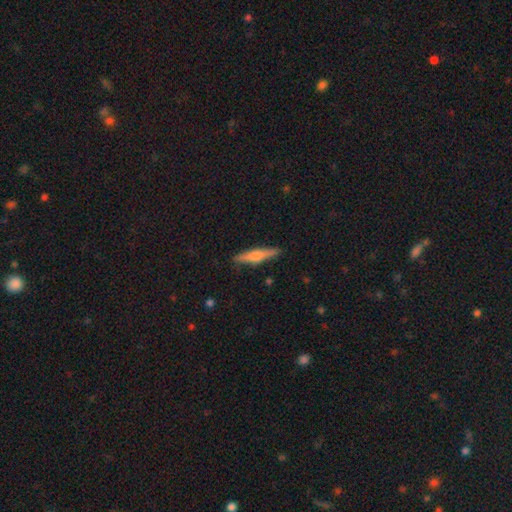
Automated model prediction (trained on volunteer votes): Morphology: type=featured or disk (57%); edge-on=yes (97%); edge-on bulge=rounded (83%); merging=none (89%).